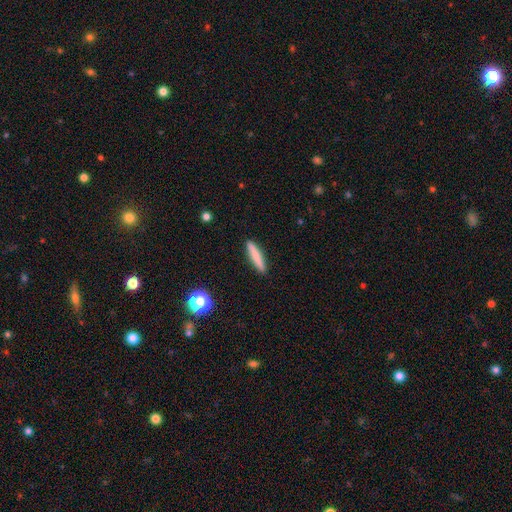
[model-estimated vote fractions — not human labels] smooth 78%, featured or disk 15%, star or artifact 7%. Down the decision tree: how rounded — cigar-shaped (90%); merging — none (90%).